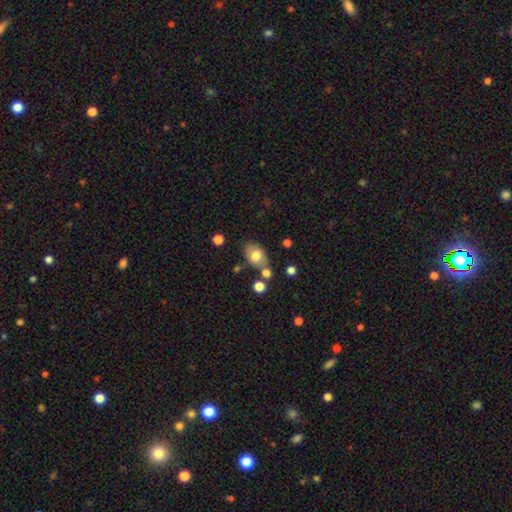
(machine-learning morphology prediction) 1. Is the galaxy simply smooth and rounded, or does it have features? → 73% smooth, 18% featured or disk, 9% star or artifact.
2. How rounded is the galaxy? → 75% in between, 24% round, 1% cigar-shaped.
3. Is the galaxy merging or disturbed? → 64% none, 17% minor disturbance, 14% merger, 5% major disturbance.